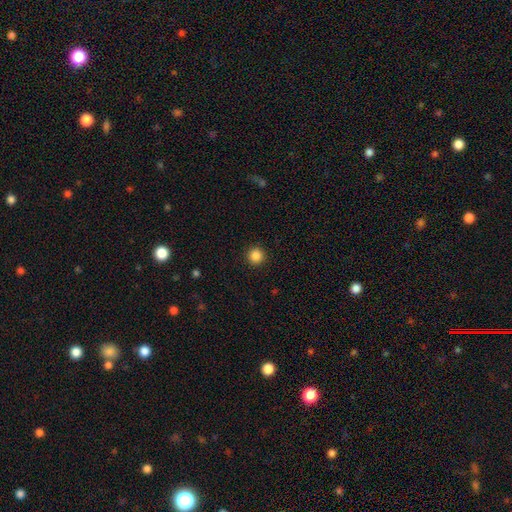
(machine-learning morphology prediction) Smooth or featured? smooth (86%)
How rounded? round (96%)
Merging? none (93%)